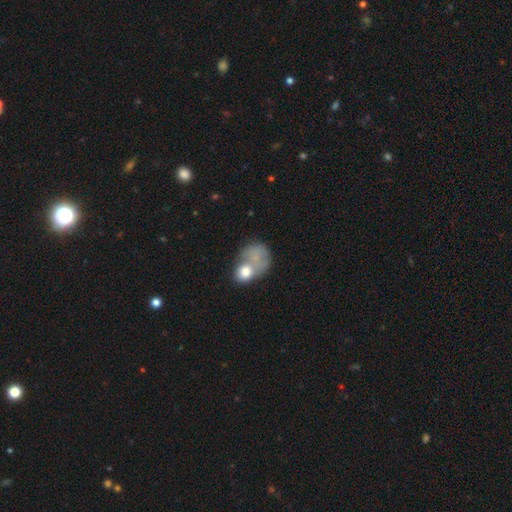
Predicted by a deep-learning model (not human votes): smooth_or_featured: smooth (p=0.68) [alt: featured or disk p=0.23]
how_rounded: in between (p=0.53) [alt: round p=0.46]
merging: merger (p=0.49) [alt: major disturbance p=0.21]